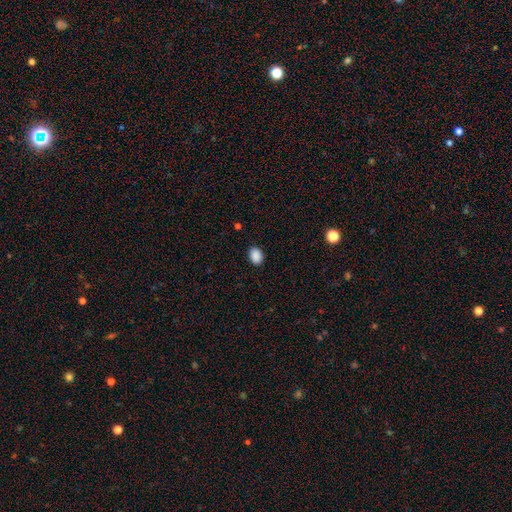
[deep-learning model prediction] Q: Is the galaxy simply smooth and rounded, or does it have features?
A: smooth — 89%.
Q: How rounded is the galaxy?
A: in between — 75%.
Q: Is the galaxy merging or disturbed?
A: none — 88%.